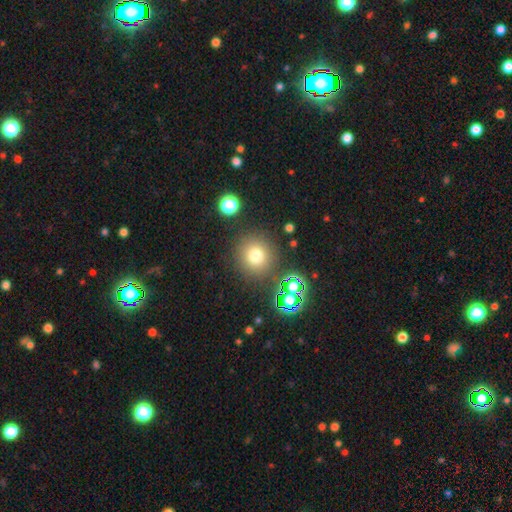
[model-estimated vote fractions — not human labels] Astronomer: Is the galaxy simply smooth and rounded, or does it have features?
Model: smooth — 73%.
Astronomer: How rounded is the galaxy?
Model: round — 92%.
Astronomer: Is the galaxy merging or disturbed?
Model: none — 86%.